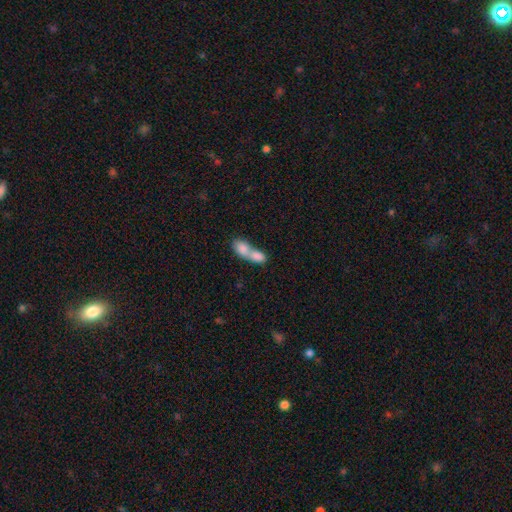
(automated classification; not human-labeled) Overall: smooth (78%). How rounded: in between (76%). Merging: merger (80%).